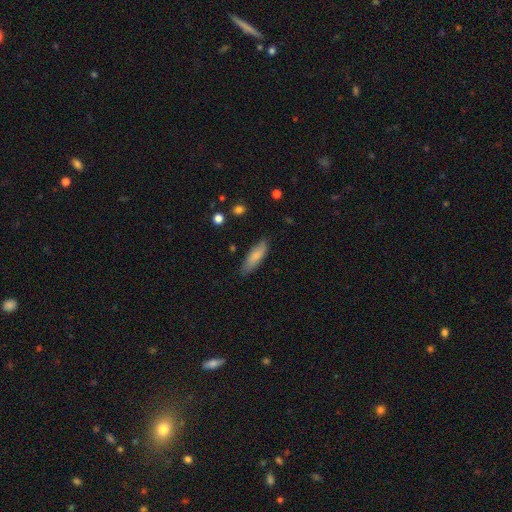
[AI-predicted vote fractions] smooth-or-featured: smooth: 79% | featured or disk: 15% | star or artifact: 6%
  how-rounded: in between: 51% | cigar-shaped: 47% | round: 2%
  merging: none: 80% | minor disturbance: 16% | major disturbance: 3% | merger: 1%